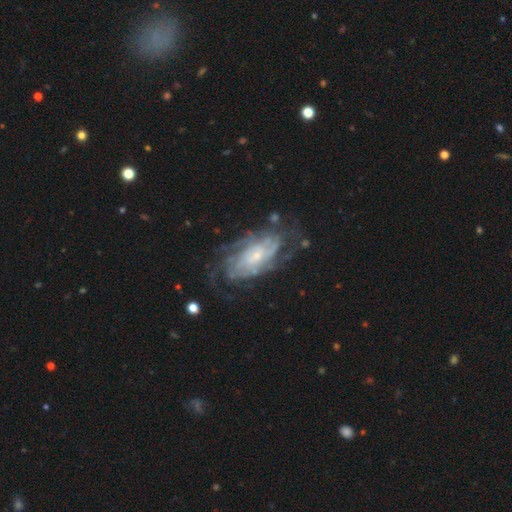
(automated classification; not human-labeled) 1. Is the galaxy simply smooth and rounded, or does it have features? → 83% featured or disk, 11% smooth, 7% star or artifact.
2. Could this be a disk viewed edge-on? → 94% no, 6% yes.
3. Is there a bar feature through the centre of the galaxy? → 66% no, 27% weak, 7% strong.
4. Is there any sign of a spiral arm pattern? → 91% yes, 9% no.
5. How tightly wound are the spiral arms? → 63% tight, 28% medium, 9% loose.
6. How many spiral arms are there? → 49% can't tell, 14% 4, 13% 2, 11% 3, 9% more than 4, 5% 1.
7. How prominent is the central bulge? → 64% small, 26% moderate, 5% none, 4% large, 1% dominant.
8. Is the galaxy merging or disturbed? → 66% none, 19% minor disturbance, 13% major disturbance, 2% merger.